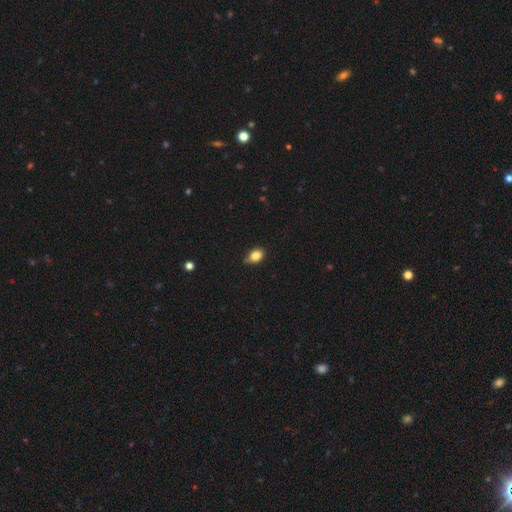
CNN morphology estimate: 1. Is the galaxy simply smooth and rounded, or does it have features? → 83% smooth, 9% star or artifact, 7% featured or disk.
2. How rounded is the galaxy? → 73% in between, 25% round, 2% cigar-shaped.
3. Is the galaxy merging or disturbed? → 61% none, 33% minor disturbance, 5% major disturbance, 2% merger.